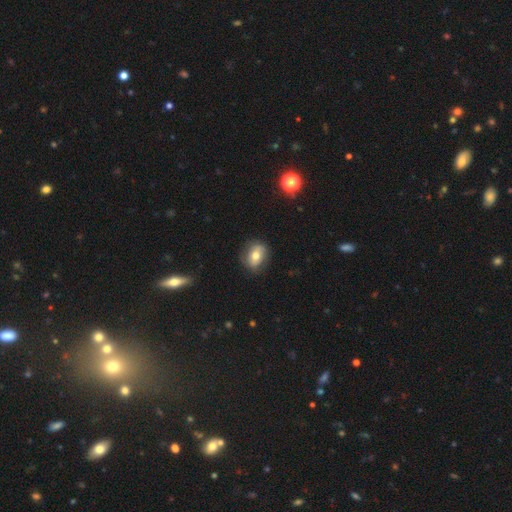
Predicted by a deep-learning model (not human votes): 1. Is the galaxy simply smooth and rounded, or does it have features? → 60% smooth, 31% featured or disk, 9% star or artifact.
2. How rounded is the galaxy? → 53% in between, 45% round, 2% cigar-shaped.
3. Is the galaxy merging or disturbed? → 77% none, 17% minor disturbance, 5% major disturbance, 1% merger.